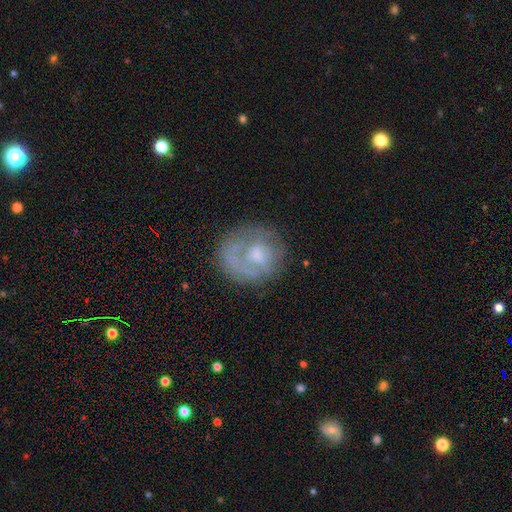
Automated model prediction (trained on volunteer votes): smooth_or_featured: featured or disk (p=0.52) [alt: smooth p=0.39]
disk_edge_on: no (p=0.98) [alt: yes p=0.02]
bar: no (p=0.80) [alt: weak p=0.17]
has_spiral_arms: no (p=0.66) [alt: yes p=0.34]
bulge_size: moderate (p=0.44) [alt: small p=0.29]
merging: none (p=0.56) [alt: minor disturbance p=0.20]